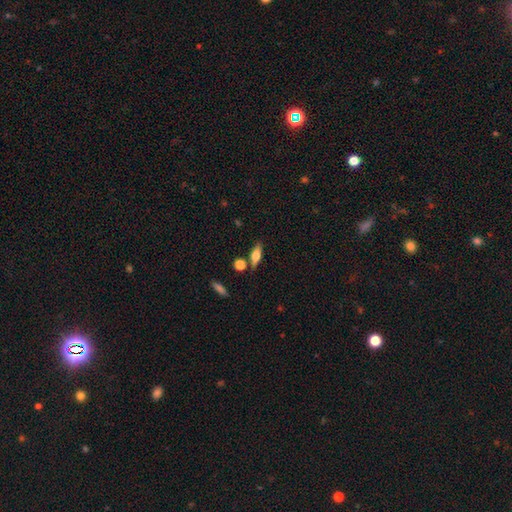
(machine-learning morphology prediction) smooth 57%, featured or disk 35%, star or artifact 8%. Down the decision tree: how rounded — in between (54%); merging — none (77%).